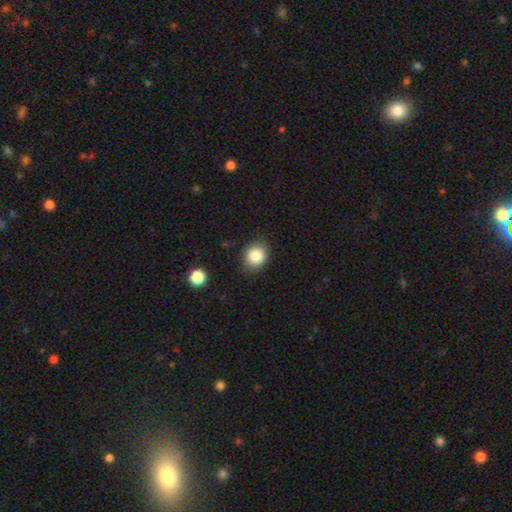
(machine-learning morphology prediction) A smooth galaxy with no disk features (85%) that is round (61%). Merging: none (82%).